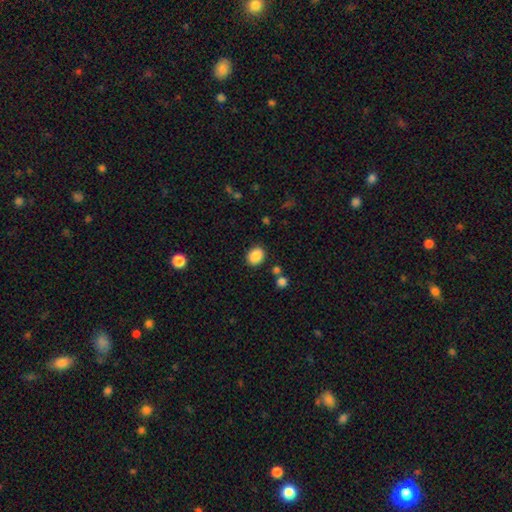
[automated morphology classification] Smooth or featured: smooth — 87% (star or artifact — 9%)
How rounded: in between — 54% (round — 45%)
Merging: none — 86% (minor disturbance — 9%)